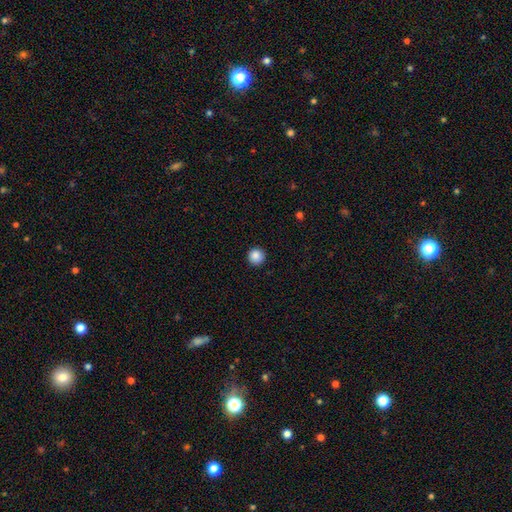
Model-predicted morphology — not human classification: Smooth or featured: smooth — 87% (star or artifact — 9%)
How rounded: round — 96% (in between — 3%)
Merging: none — 92% (minor disturbance — 5%)